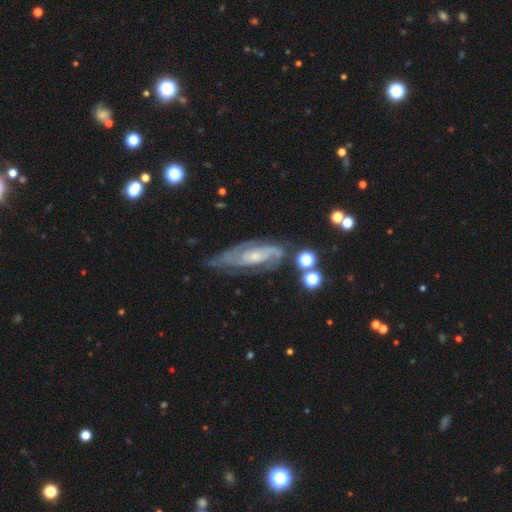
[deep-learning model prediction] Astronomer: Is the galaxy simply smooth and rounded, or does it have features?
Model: featured or disk — 85%.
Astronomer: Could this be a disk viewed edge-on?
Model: no — 89%.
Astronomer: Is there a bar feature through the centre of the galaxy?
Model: no — 56% (runner-up: weak, 35%).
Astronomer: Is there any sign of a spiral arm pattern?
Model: yes — 96%.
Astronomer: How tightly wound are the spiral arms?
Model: tight — 48% (runner-up: medium, 42%).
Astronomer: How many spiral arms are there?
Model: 2 — 64%.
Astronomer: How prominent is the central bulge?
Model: small — 59%.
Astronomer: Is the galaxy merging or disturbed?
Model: none — 63%.